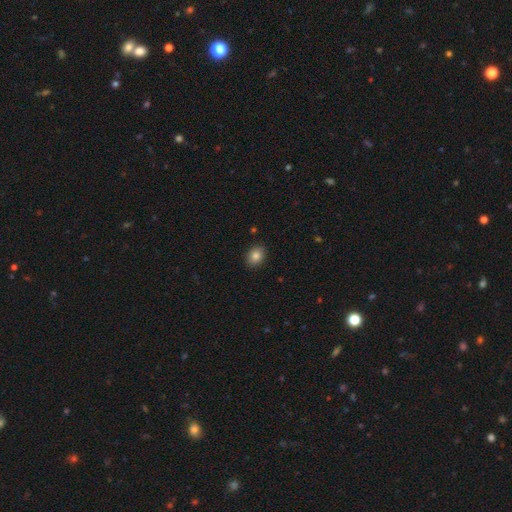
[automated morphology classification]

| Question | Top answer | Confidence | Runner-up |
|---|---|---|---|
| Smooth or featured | smooth | 83% | star or artifact (10%) |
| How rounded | in between | 59% | round (40%) |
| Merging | none | 89% | minor disturbance (8%) |